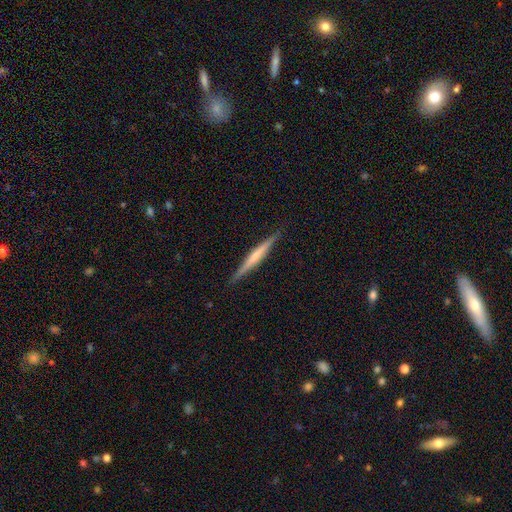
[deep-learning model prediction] This appears to be a featured or disk galaxy (58%) viewed edge-on (98%) with no central bulge (54%). Merging: none (91%).